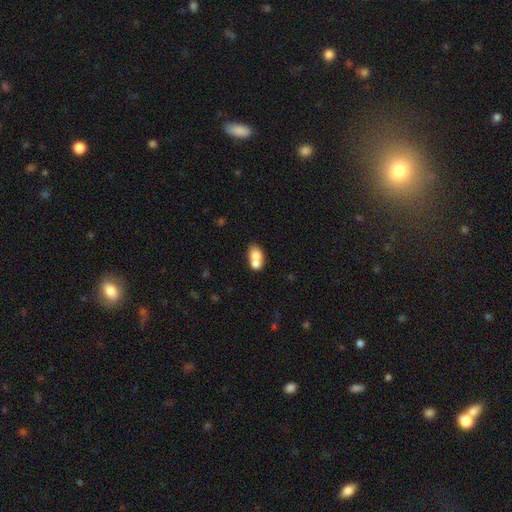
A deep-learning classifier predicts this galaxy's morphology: Smooth or featured? Predicted: smooth (p=0.71). How rounded? Predicted: in between (p=0.66). Merging? Predicted: merger (p=0.65).